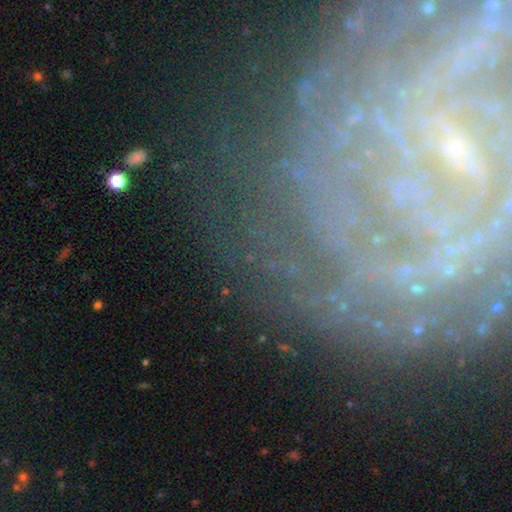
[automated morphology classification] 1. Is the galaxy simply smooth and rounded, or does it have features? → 70% featured or disk, 18% star or artifact, 12% smooth.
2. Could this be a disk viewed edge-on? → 95% no, 5% yes.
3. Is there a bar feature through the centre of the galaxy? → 49% no, 29% weak, 22% strong.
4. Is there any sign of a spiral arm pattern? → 77% yes, 23% no.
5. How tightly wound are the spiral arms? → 72% tight, 19% medium, 9% loose.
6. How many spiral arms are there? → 42% can't tell, 15% 2, 12% 3, 11% more than 4, 10% 4, 9% 1.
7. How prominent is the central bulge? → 61% small, 18% moderate, 15% none, 4% large, 2% dominant.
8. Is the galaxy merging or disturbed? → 70% none, 16% minor disturbance, 11% major disturbance, 3% merger.